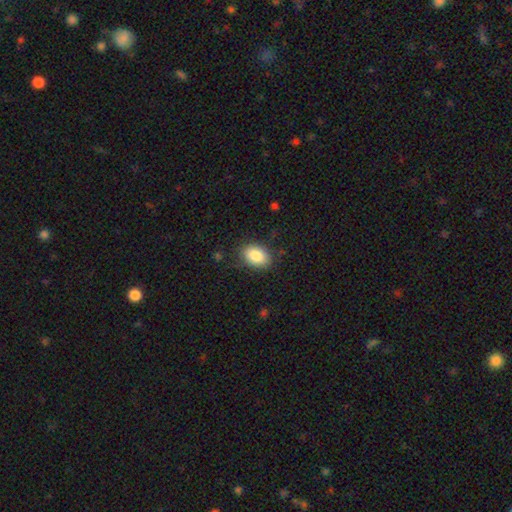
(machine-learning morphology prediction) Smooth or featured: smooth — 86% (star or artifact — 7%)
How rounded: in between — 85% (round — 14%)
Merging: none — 81% (minor disturbance — 14%)